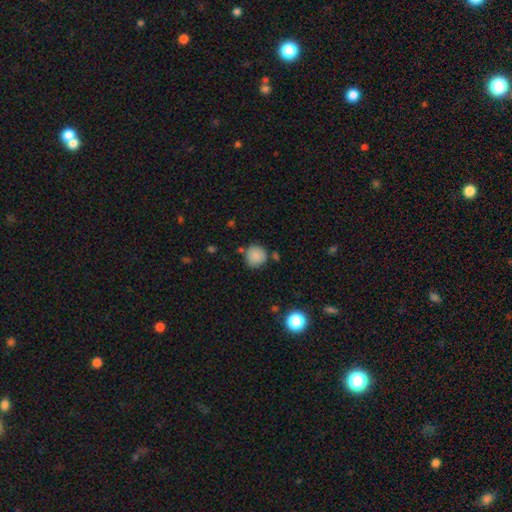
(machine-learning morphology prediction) smooth_or_featured: smooth (p=0.86) [alt: star or artifact p=0.09]
how_rounded: round (p=0.92) [alt: in between p=0.07]
merging: none (p=0.78) [alt: minor disturbance p=0.12]